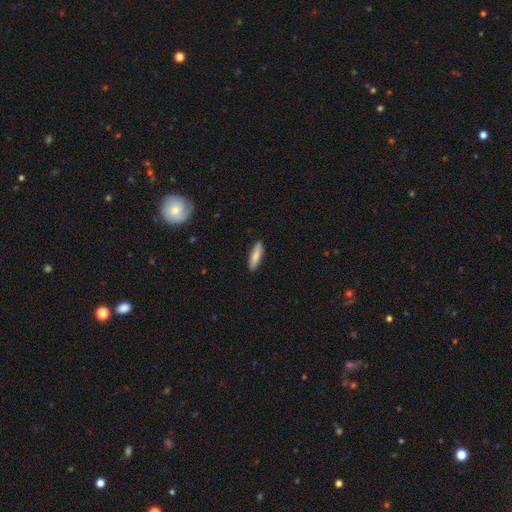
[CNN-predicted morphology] smooth_or_featured: smooth (p=0.81) [alt: featured or disk p=0.13]
how_rounded: cigar-shaped (p=0.61) [alt: in between p=0.37]
merging: none (p=0.89) [alt: minor disturbance p=0.08]